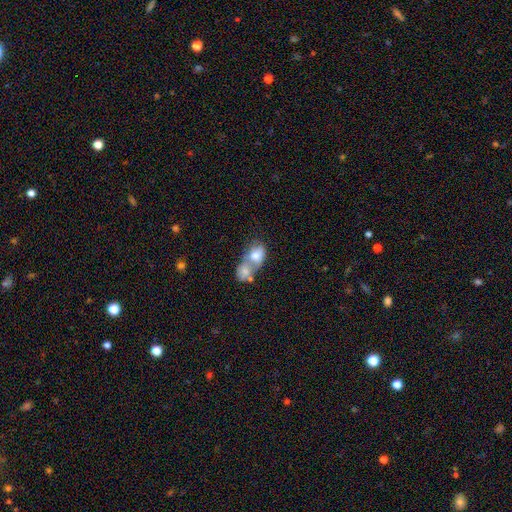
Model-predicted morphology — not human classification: smooth 69%, featured or disk 24%, star or artifact 8%. Down the decision tree: how rounded — in between (72%); merging — merger (75%).